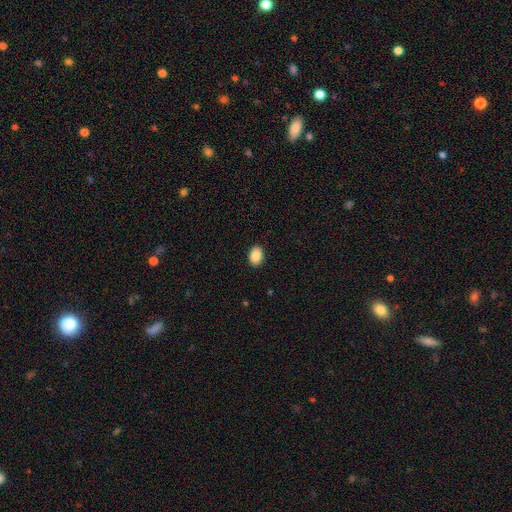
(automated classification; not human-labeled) This is clearly a smooth galaxy (89%). How rounded: likely in between (79%). Merging: clearly none (90%).